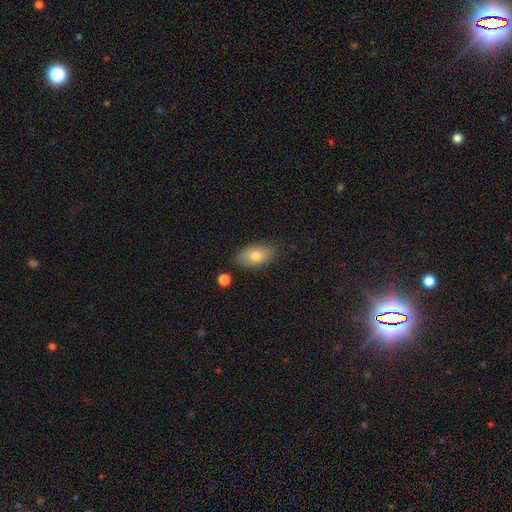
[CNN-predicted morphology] Smooth or featured?
  - smooth: 78% *
  - featured or disk: 14%
  - star or artifact: 8%
How rounded?
  - in between: 90% *
  - round: 7%
  - cigar-shaped: 2%
Merging?
  - none: 77% *
  - minor disturbance: 17%
  - major disturbance: 3%
  - merger: 3%